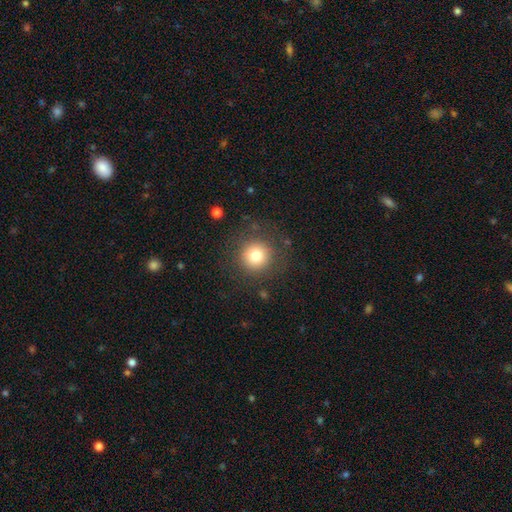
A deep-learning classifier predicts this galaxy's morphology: Smooth or featured? Predicted: smooth (p=0.78). How rounded? Predicted: round (p=0.95). Merging? Predicted: none (p=0.85).